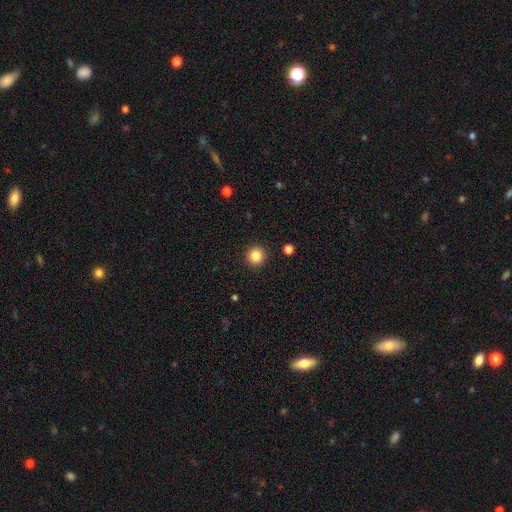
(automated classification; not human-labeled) The model was most divided on "smooth or featured": smooth: 84%, star or artifact: 11%, featured or disk: 5%. More confident: how rounded — round (94%); merging — none (92%).